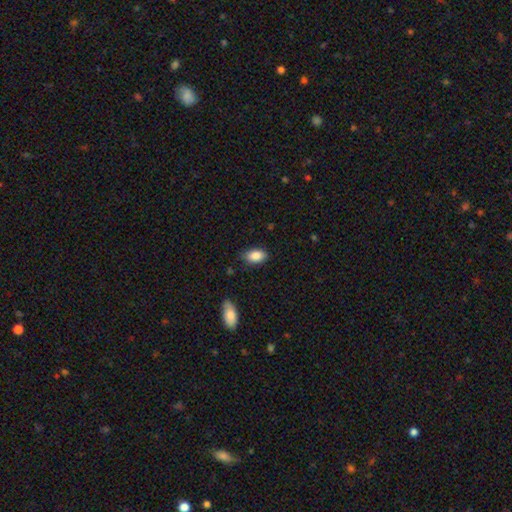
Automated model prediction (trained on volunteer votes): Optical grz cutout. It shows a smooth galaxy with no disk features (87%) that is in between round and cigar-shaped (91%). Merging: none (82%).